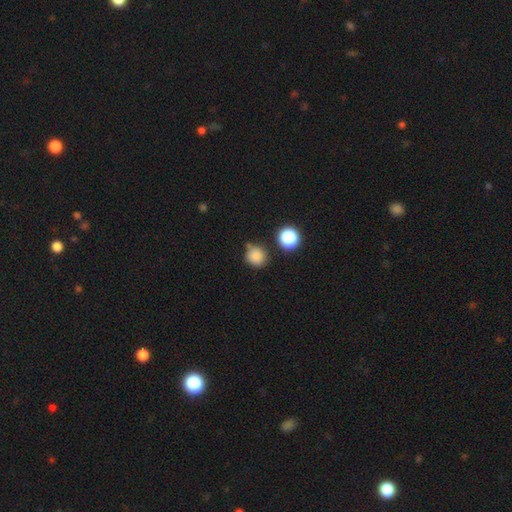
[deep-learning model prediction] Overall: smooth (83%). How rounded: round (87%). Merging: none (72%).